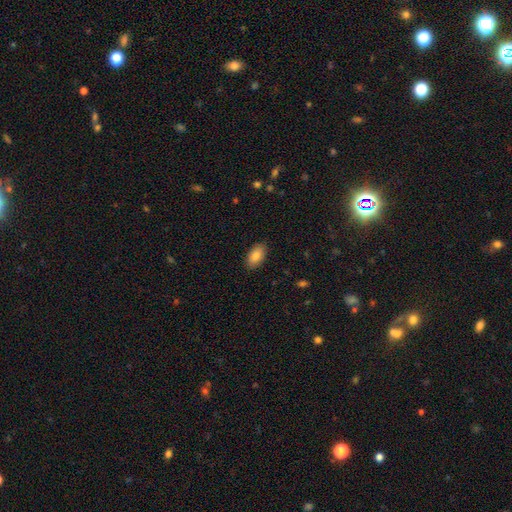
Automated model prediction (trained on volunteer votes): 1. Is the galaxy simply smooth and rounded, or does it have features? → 86% smooth, 7% featured or disk, 7% star or artifact.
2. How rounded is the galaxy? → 94% in between, 4% round, 2% cigar-shaped.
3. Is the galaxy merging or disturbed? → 88% none, 9% minor disturbance, 2% major disturbance, 1% merger.